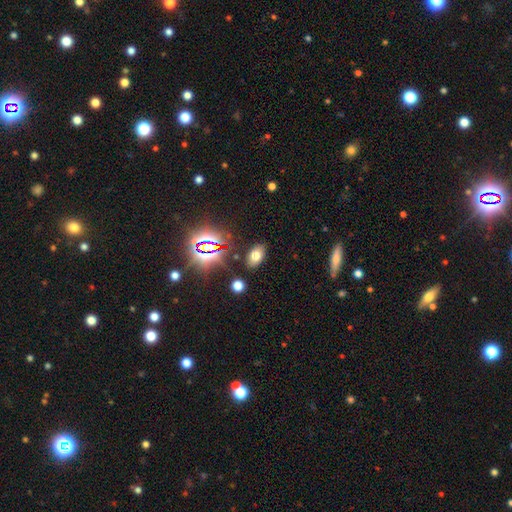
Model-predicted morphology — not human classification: This appears to be a smooth galaxy with no disk features (68%) that is in between round and cigar-shaped (88%). Merging: none (86%).